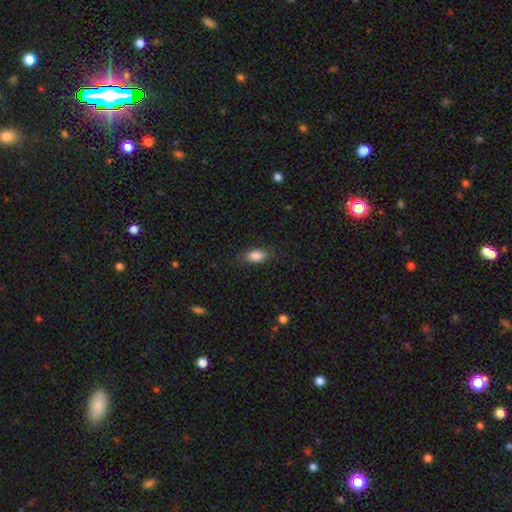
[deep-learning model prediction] smooth 86%, star or artifact 8%, featured or disk 7%. Down the decision tree: how rounded — in between (88%); merging — none (78%).